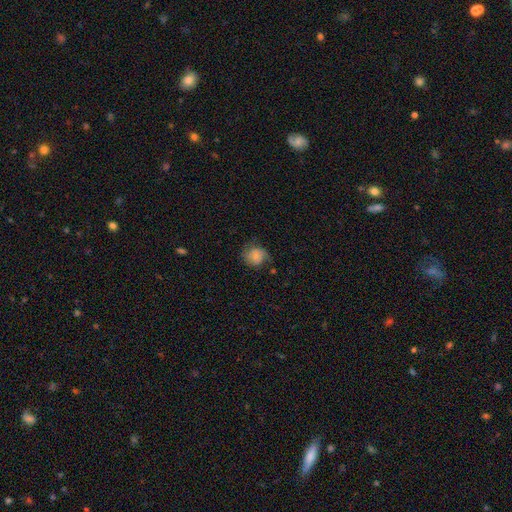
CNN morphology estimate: Overall: smooth (63%; featured or disk 28%). How rounded: round (76%). Merging: none (63%; minor disturbance 26%).